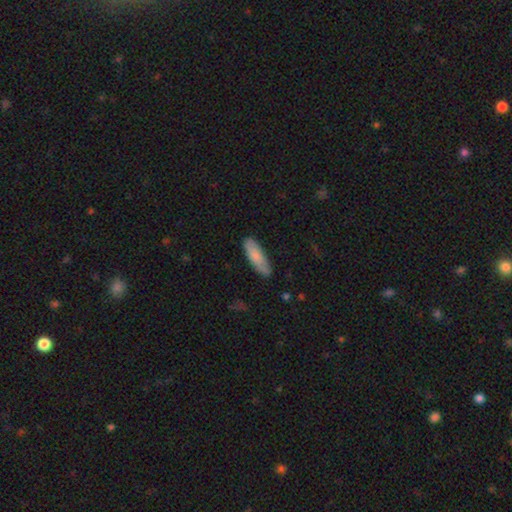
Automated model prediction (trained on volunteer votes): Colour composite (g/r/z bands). It shows a smooth galaxy with no disk features (79%) that is in between round and cigar-shaped (51%). Merging: none (81%).